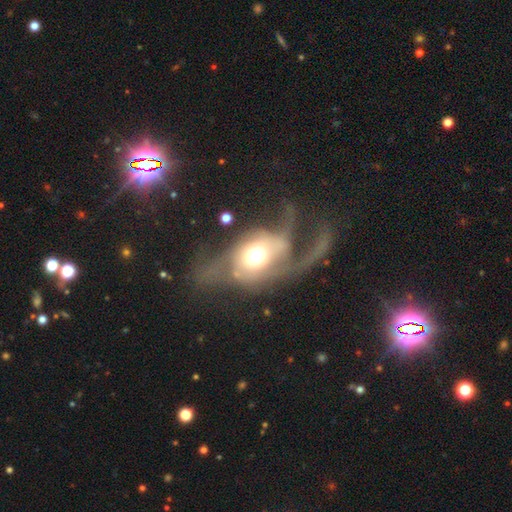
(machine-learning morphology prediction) smooth-or-featured: featured or disk: 57% | smooth: 33% | star or artifact: 11%
  disk-edge-on: no: 89% | yes: 11%
    bar: no: 81% | weak: 13% | strong: 6%
    has-spiral-arms: no: 57% | yes: 43%
    bulge-size: large: 41% | moderate: 39% | dominant: 15% | small: 4% | none: 1%
  merging: major disturbance: 61% | none: 20% | minor disturbance: 12% | merger: 7%